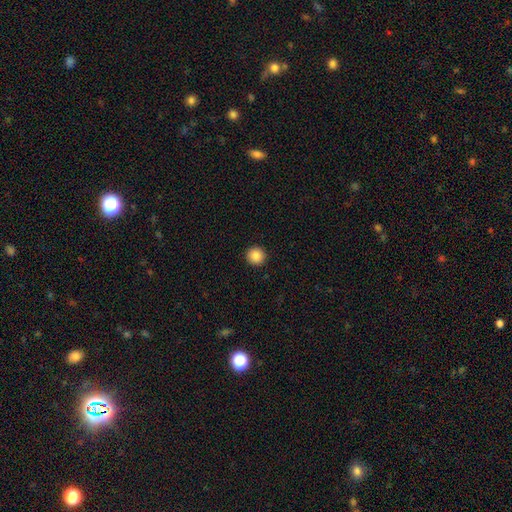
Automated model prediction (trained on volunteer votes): Smooth or featured? Predicted: smooth (p=0.88). How rounded? Predicted: round (p=0.94). Merging? Predicted: none (p=0.93).